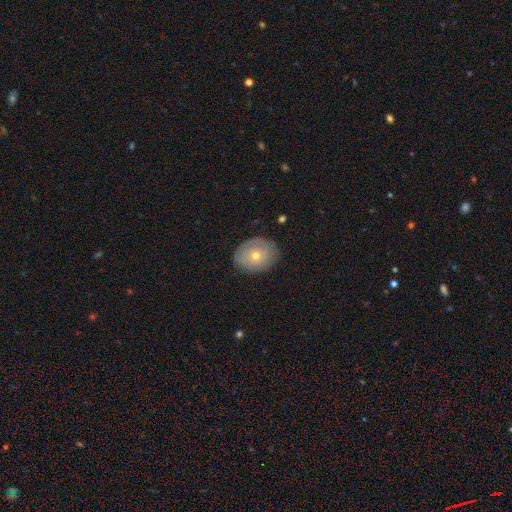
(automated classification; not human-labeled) smooth-or-featured: smooth: 59% | featured or disk: 32% | star or artifact: 9%
  how-rounded: in between: 57% | round: 42% | cigar-shaped: 1%
  merging: none: 82% | minor disturbance: 14% | major disturbance: 3% | merger: 1%